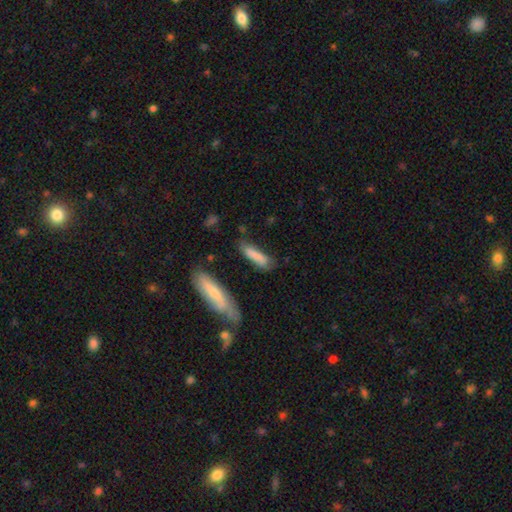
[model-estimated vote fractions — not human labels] A smooth galaxy with no disk features (78%) that is cigar-shaped (74%).

Vote fractions:
- Smooth or featured? smooth: 78% / featured or disk: 15% / star or artifact: 7%
- How rounded? cigar-shaped: 74% / in between: 24% / round: 2%
- Merging? none: 61% / minor disturbance: 24% / merger: 8% / major disturbance: 8%